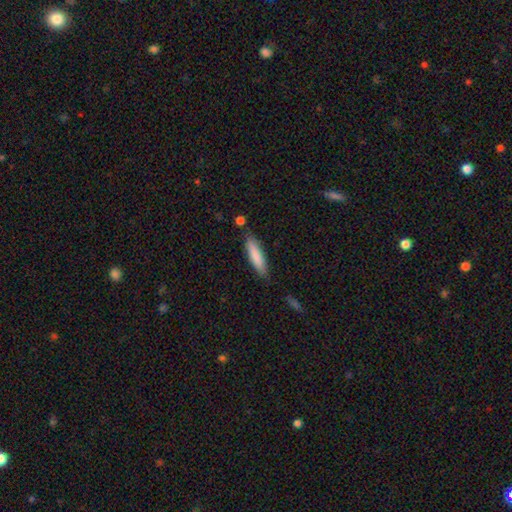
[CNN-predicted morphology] Smooth or featured? smooth (84%)
How rounded? cigar-shaped (73%)
Merging? none (81%)